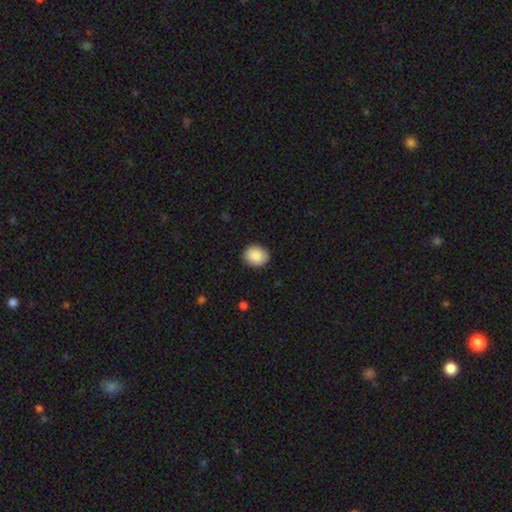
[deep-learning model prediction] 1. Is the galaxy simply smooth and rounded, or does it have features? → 89% smooth, 7% star or artifact, 4% featured or disk.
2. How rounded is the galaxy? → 64% round, 35% in between, 1% cigar-shaped.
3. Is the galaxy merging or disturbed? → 90% none, 7% minor disturbance, 2% major disturbance, 1% merger.